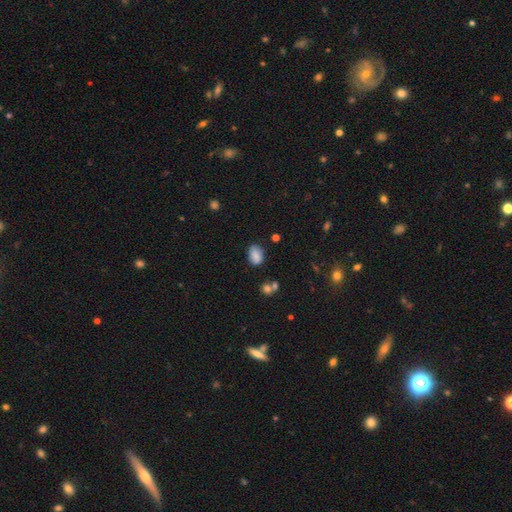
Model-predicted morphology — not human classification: smooth-or-featured: smooth: 82% | star or artifact: 10% | featured or disk: 9%
  how-rounded: in between: 78% | round: 21% | cigar-shaped: 1%
  merging: none: 69% | minor disturbance: 22% | major disturbance: 5% | merger: 4%